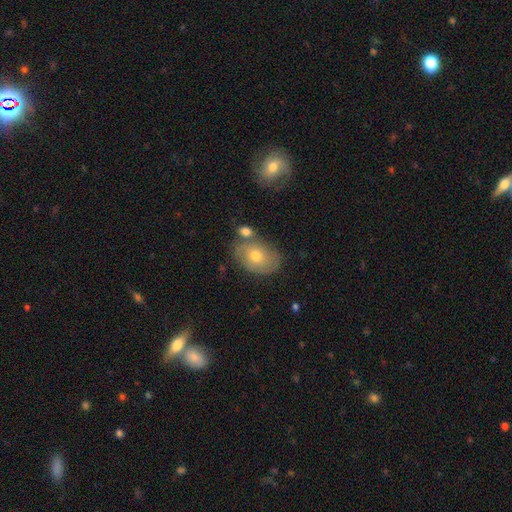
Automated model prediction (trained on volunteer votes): This is possibly a smooth galaxy (60%). How rounded: likely in between (77%). Merging: likely none (63%).